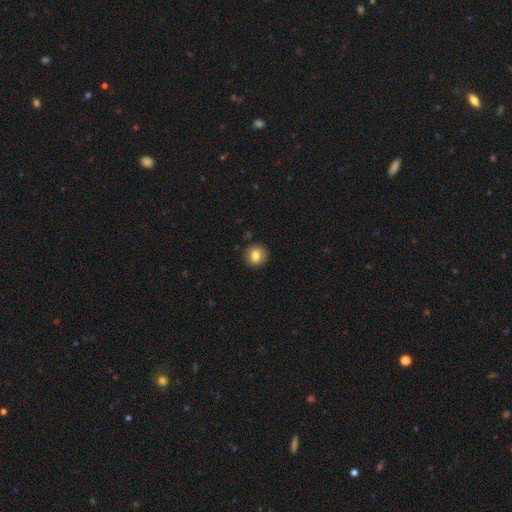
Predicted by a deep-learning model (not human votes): smooth_or_featured: smooth (p=0.80) [alt: featured or disk p=0.11]
how_rounded: round (p=0.88) [alt: in between p=0.11]
merging: none (p=0.89) [alt: minor disturbance p=0.08]